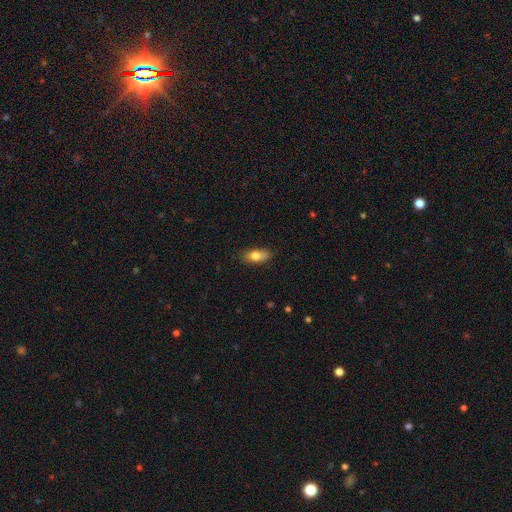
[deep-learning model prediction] This is likely a smooth galaxy (78%). How rounded: clearly in between (80%). Merging: clearly none (80%).